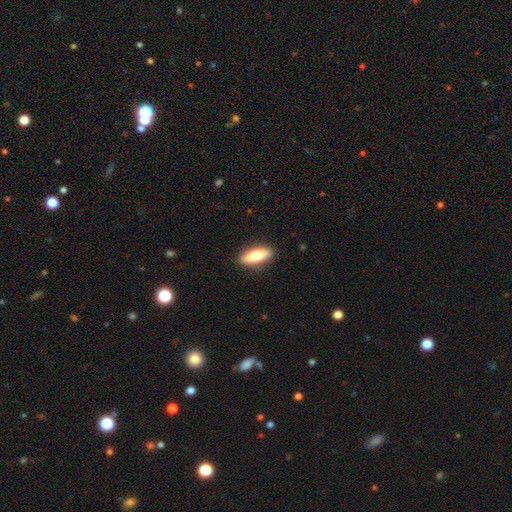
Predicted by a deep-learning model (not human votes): Morphology: type=smooth (70%); roundness=in between (56%); merging=none (89%).